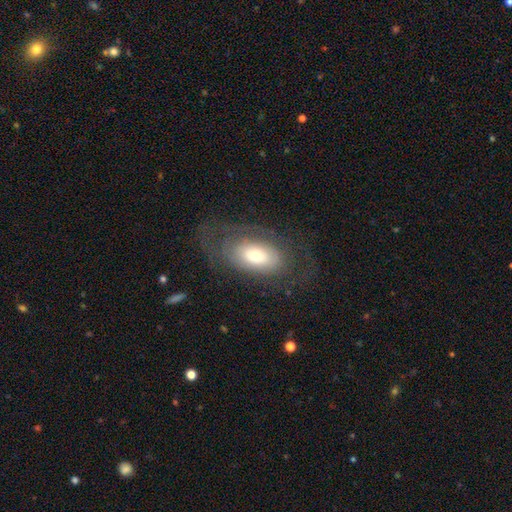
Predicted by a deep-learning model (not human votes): Morphology: type=smooth (46%, tied with featured or disk); merging=none (63%).